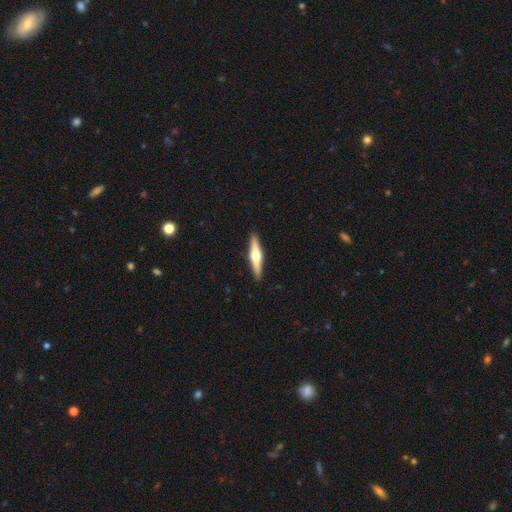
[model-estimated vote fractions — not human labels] Smooth or featured?
  - featured or disk: 64% *
  - smooth: 32%
  - star or artifact: 5%
Edge-on disk?
  - yes: 97% *
  - no: 3%
Edge-on bulge?
  - rounded: 94% *
  - boxy: 3%
  - none: 2%
Merging?
  - none: 91% *
  - minor disturbance: 6%
  - major disturbance: 1%
  - merger: 1%